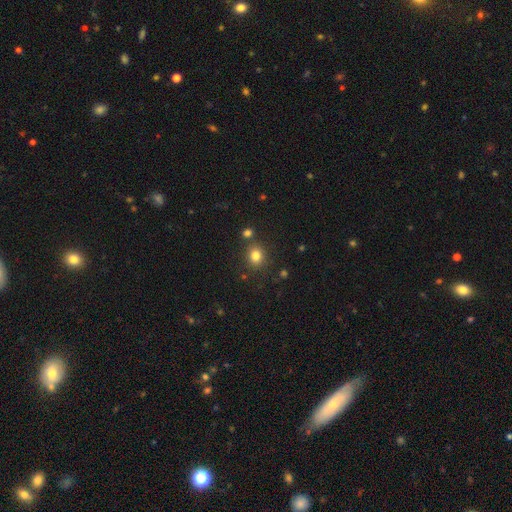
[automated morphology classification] This is clearly a smooth galaxy (80%). How rounded: likely round (73%). Merging: clearly none (80%).